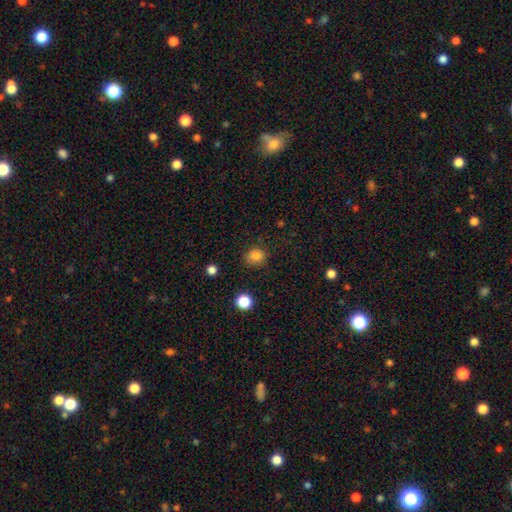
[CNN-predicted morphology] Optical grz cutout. It shows a smooth galaxy with no disk features (84%) that is round (76%). Merging: none (80%).